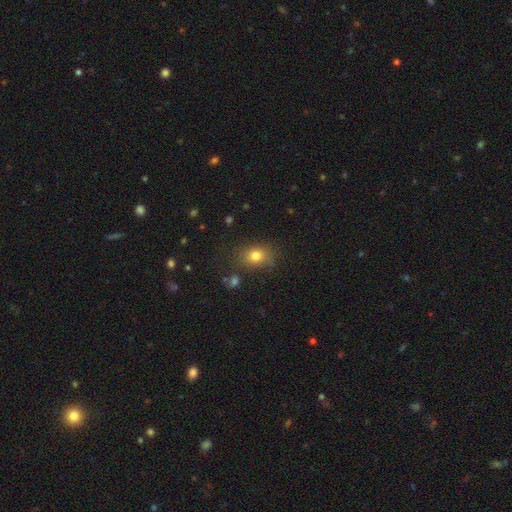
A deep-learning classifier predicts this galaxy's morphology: Smooth or featured? smooth (78%)
How rounded? in between (53%)
Merging? none (74%)